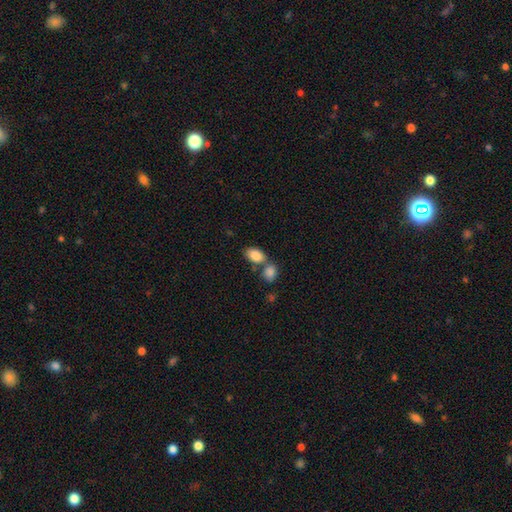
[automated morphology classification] type=smooth (85%); roundness=in between (87%); merging=none (45%).